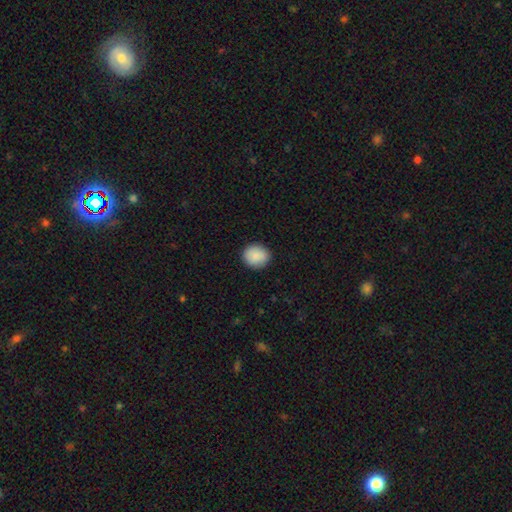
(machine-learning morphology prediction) A smooth galaxy with no disk features (87%) that is round (82%).

Vote fractions:
- Smooth or featured? smooth: 87% / star or artifact: 7% / featured or disk: 5%
- How rounded? round: 82% / in between: 17% / cigar-shaped: 1%
- Merging? none: 90% / minor disturbance: 8% / major disturbance: 2% / merger: 1%